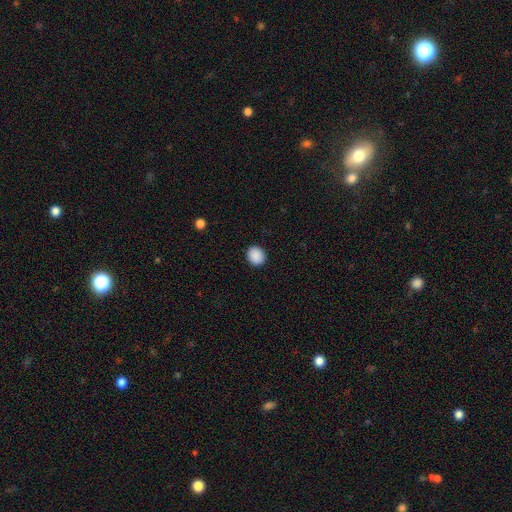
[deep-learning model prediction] smooth_or_featured: smooth (p=0.90) [alt: star or artifact p=0.08]
how_rounded: round (p=0.63) [alt: in between p=0.36]
merging: none (p=0.91) [alt: minor disturbance p=0.06]